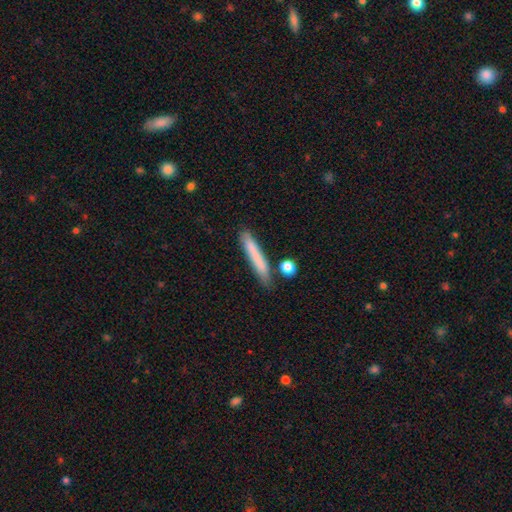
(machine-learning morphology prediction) type=smooth (74%); roundness=cigar-shaped (94%); merging=none (77%).